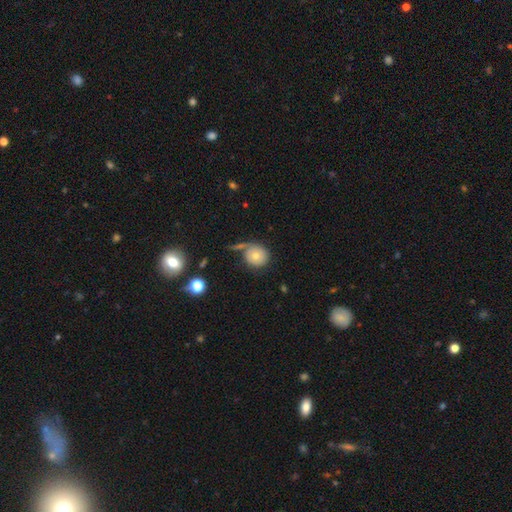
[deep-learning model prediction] This is likely a smooth galaxy (67%). How rounded: clearly round (85%). Merging: possibly none (56%).